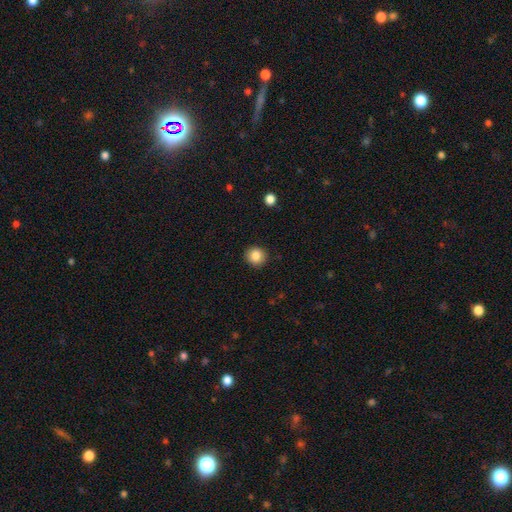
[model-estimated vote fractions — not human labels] This appears to be a smooth galaxy with no disk features (85%) that is round (90%). Merging: none (91%).